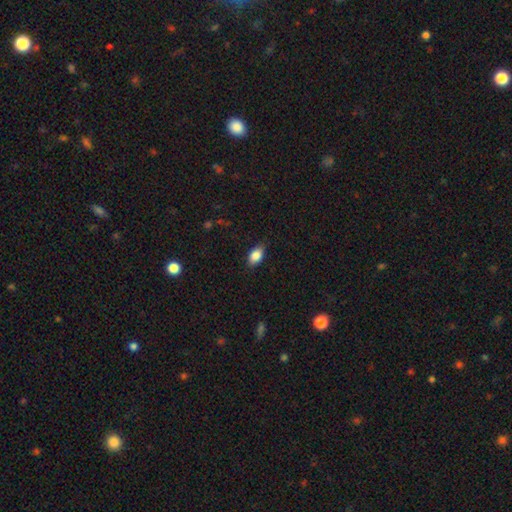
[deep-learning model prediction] The model was most divided on "merging": none: 83%, minor disturbance: 13%, major disturbance: 3%, merger: 1%. More confident: how rounded — in between (87%); smooth or featured — smooth (85%).